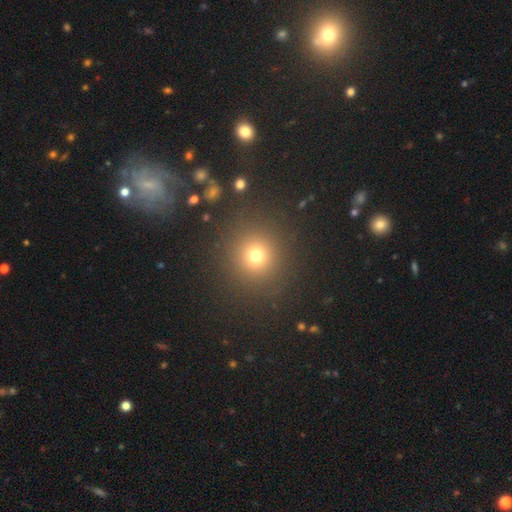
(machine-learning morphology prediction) Smooth or featured? smooth (72%)
How rounded? round (90%)
Merging? none (86%)